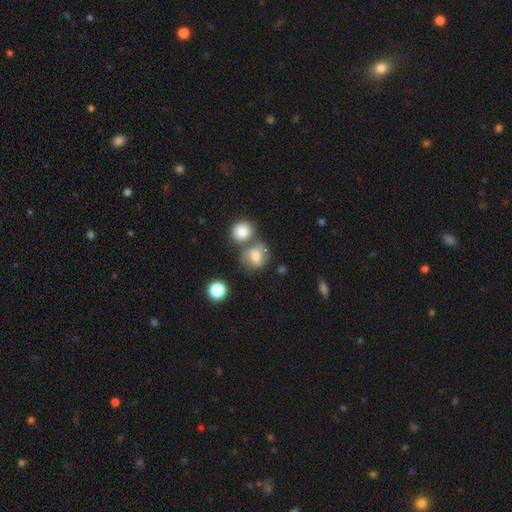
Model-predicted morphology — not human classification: The model was most divided on "merging": none: 43%, merger: 35%, minor disturbance: 15%, major disturbance: 8%. More confident: how rounded — round (71%); smooth or featured — smooth (67%).